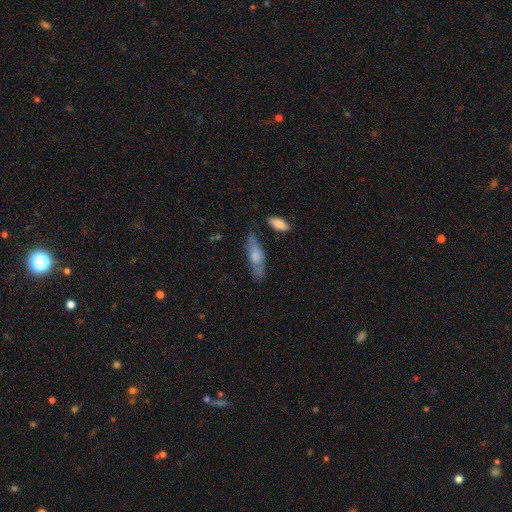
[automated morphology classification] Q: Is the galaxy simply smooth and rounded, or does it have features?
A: smooth — 58%.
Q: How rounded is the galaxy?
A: cigar-shaped — 50%.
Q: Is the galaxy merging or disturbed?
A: none — 71%.